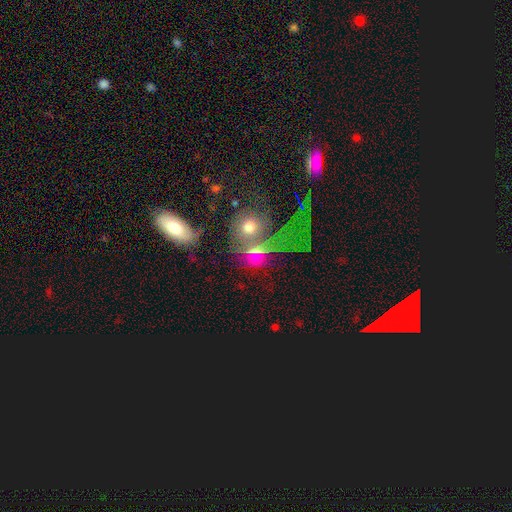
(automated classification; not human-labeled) This is possibly a smooth galaxy (46%). Merging: marginally merger (41%).